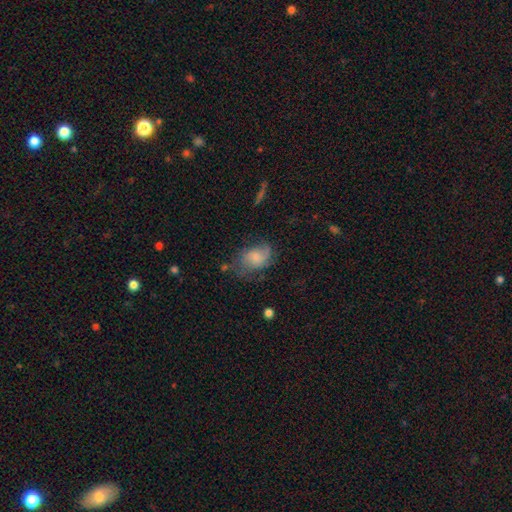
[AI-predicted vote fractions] smooth-or-featured: smooth: 52% | featured or disk: 37% | star or artifact: 11%
  how-rounded: in between: 78% | round: 21% | cigar-shaped: 2%
  merging: none: 51% | minor disturbance: 29% | major disturbance: 17% | merger: 2%